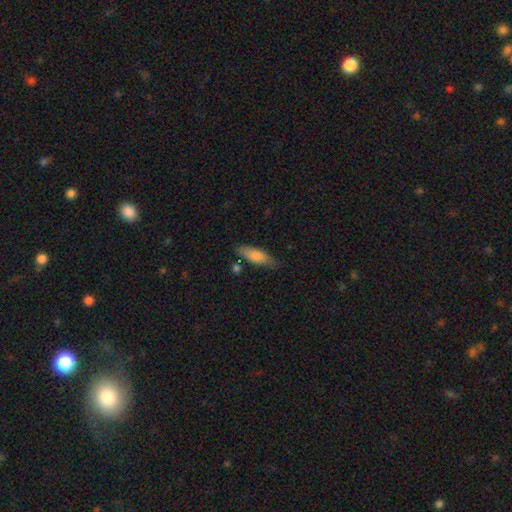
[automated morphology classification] This is likely a smooth galaxy (77%). How rounded: possibly in between (54%). Merging: likely none (75%).